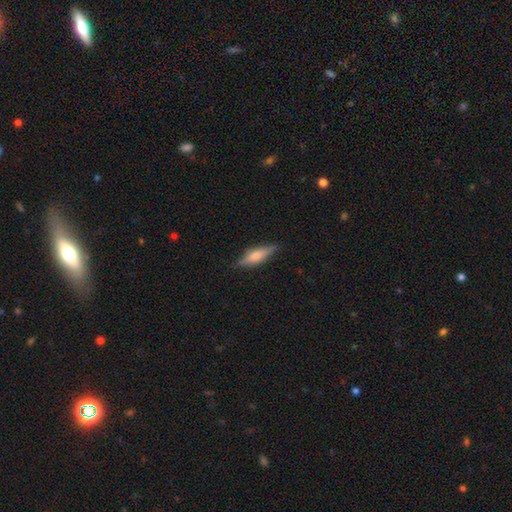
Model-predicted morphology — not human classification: This appears to be a smooth galaxy with no disk features (47%). Merging: none (87%).